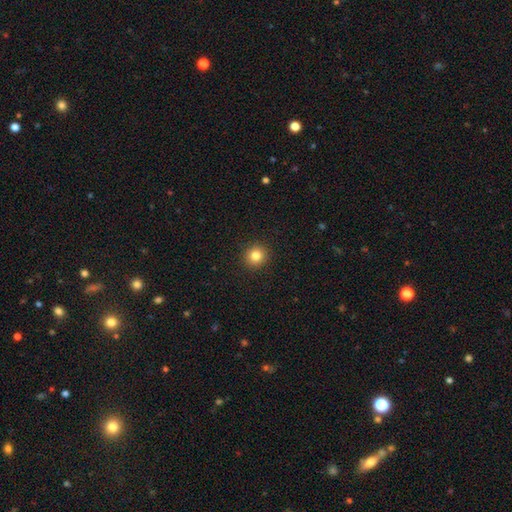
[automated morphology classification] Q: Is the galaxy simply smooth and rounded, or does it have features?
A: smooth — 83%.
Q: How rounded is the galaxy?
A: round — 93%.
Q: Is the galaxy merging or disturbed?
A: none — 93%.